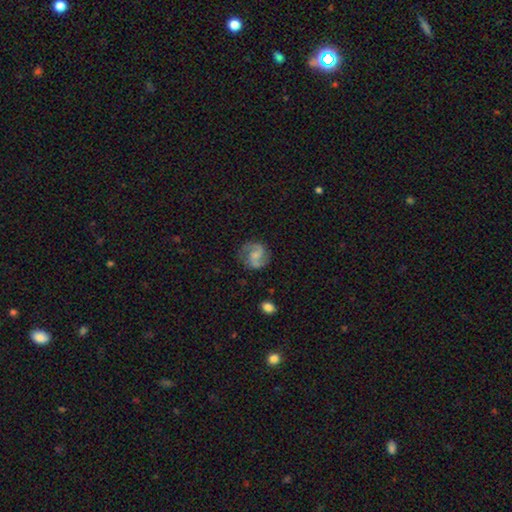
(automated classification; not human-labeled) Smooth or featured: featured or disk — 80% (smooth — 14%)
Edge-on disk: no — 98% (yes — 2%)
Bar: no — 47% (weak — 43%)
Spiral arms: yes — 96% (no — 4%)
Spiral winding: medium — 55% (loose — 26%)
Spiral arm count: 2 — 91% (can't tell — 3%)
Bulge size: small — 46% (moderate — 30%)
Merging: none — 79% (minor disturbance — 14%)